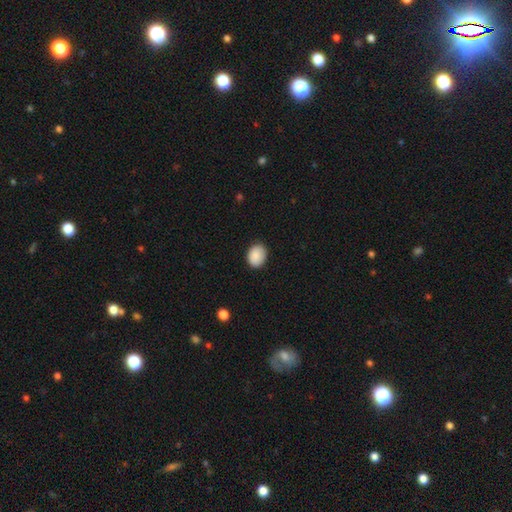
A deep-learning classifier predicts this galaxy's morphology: Overall: smooth (89%). How rounded: in between (60%; round 39%). Merging: none (84%).